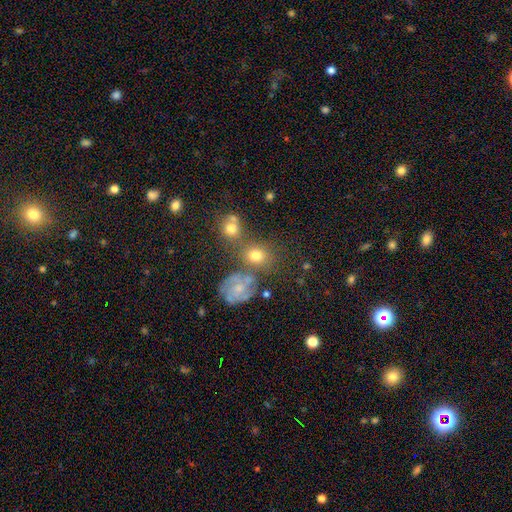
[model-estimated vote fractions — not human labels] Smooth or featured? Predicted: smooth (p=0.67). How rounded? Predicted: round (p=0.67). Merging? Predicted: none (p=0.56).